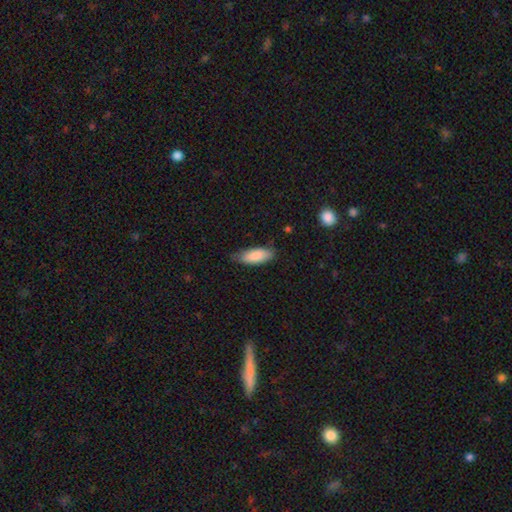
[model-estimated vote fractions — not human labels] Smooth or featured? Predicted: smooth (p=0.86). How rounded? Predicted: in between (p=0.75). Merging? Predicted: none (p=0.68).